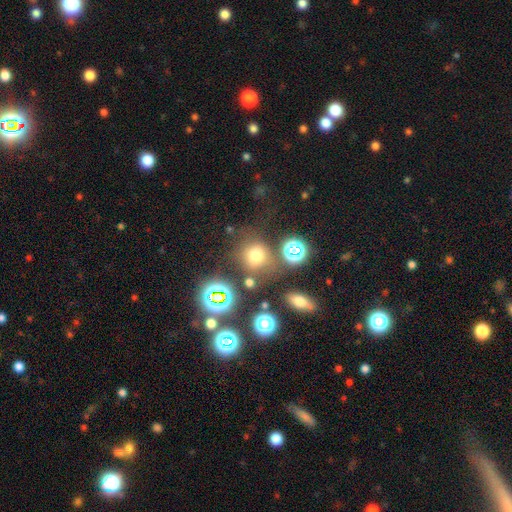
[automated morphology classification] A smooth galaxy with no disk features (66%) that is round (81%). Merging: none (67%).